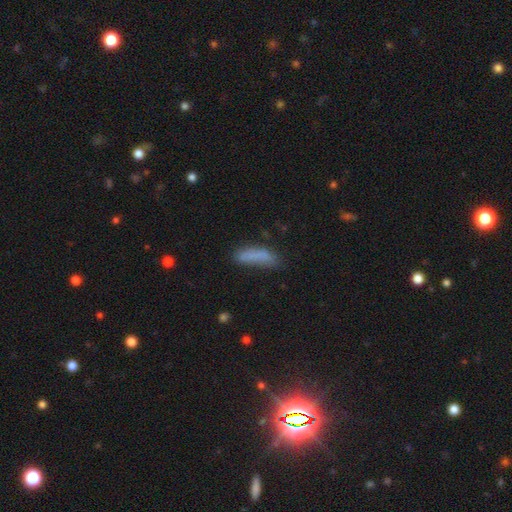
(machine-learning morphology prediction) Q: Smooth or featured?
A: smooth (77%); runner-up: featured or disk (13%)
Q: How rounded?
A: cigar-shaped (65%); runner-up: in between (33%)
Q: Merging?
A: none (55%); runner-up: minor disturbance (27%)